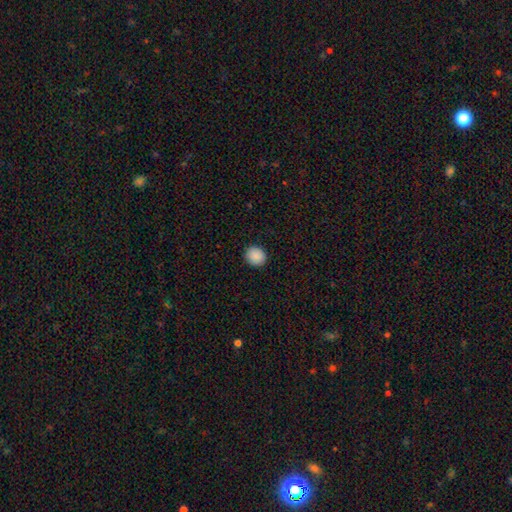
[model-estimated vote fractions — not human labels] This is clearly a smooth galaxy (90%). How rounded: clearly round (81%). Merging: clearly none (92%).